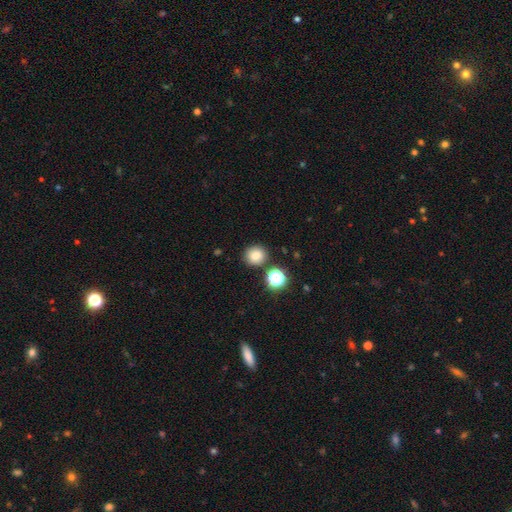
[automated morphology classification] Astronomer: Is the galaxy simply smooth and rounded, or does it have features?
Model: smooth — 81%.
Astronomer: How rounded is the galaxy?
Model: round — 86%.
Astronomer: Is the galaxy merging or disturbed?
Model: none — 83%.